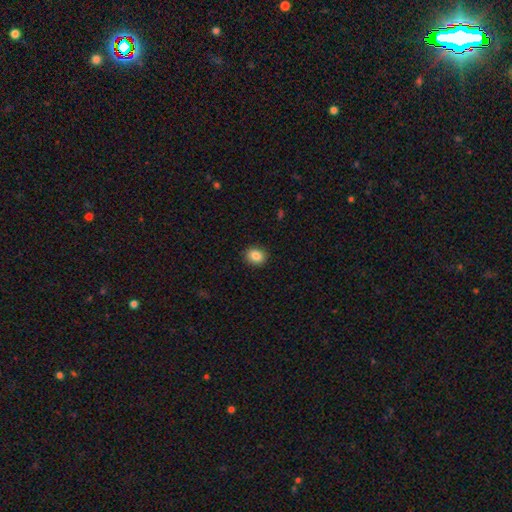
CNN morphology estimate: A smooth galaxy with no disk features (86%) that is round (63%).

Vote fractions:
- Smooth or featured? smooth: 86% / star or artifact: 9% / featured or disk: 5%
- How rounded? round: 63% / in between: 36% / cigar-shaped: 1%
- Merging? none: 91% / minor disturbance: 6% / major disturbance: 2% / merger: 1%